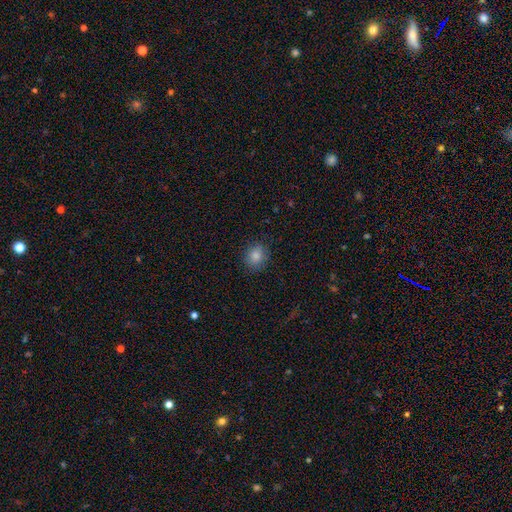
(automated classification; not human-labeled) Smooth or featured?
  - smooth: 83% *
  - star or artifact: 10%
  - featured or disk: 6%
How rounded?
  - round: 71% *
  - in between: 28%
  - cigar-shaped: 1%
Merging?
  - none: 85% *
  - minor disturbance: 11%
  - major disturbance: 3%
  - merger: 1%